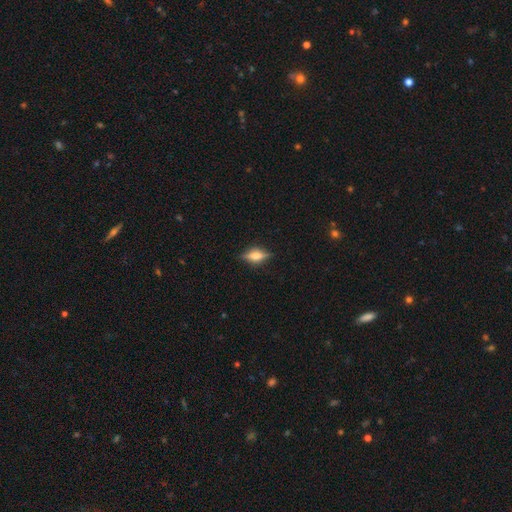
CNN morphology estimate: type=featured or disk (55%); edge-on=yes (93%); edge-on bulge=rounded (86%); merging=none (84%).